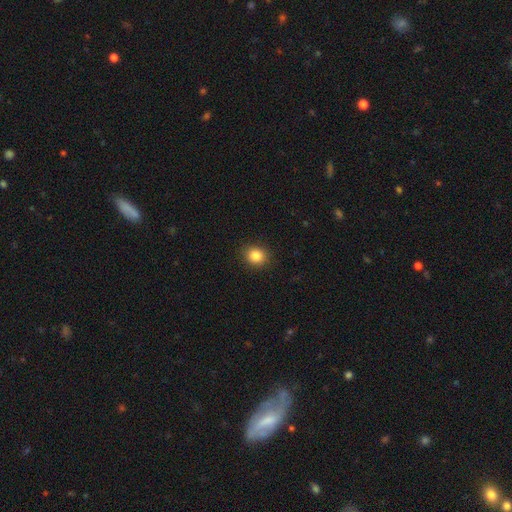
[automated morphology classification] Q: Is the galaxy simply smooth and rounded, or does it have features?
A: smooth — 85%.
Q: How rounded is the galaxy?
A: round — 75%.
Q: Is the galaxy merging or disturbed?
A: none — 90%.